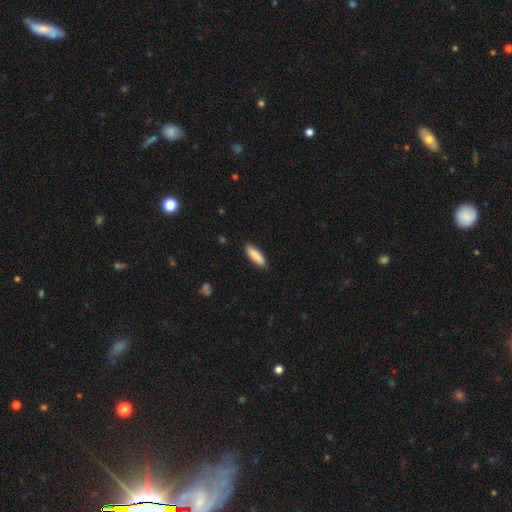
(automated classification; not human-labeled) Smooth or featured? smooth (86%)
How rounded? cigar-shaped (56%)
Merging? none (89%)